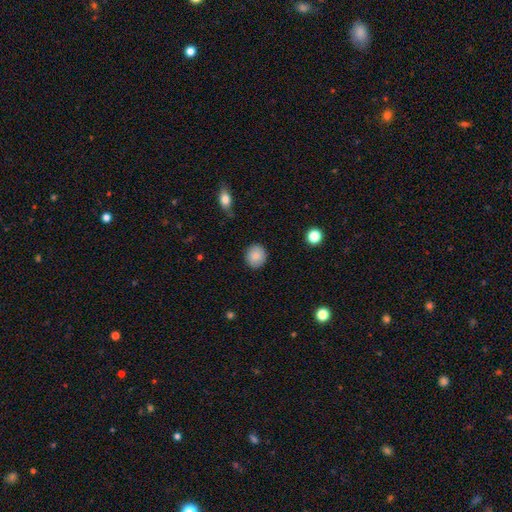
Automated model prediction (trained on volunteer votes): A smooth galaxy with no disk features (88%) that is round (86%).

Vote fractions:
- Smooth or featured? smooth: 88% / star or artifact: 8% / featured or disk: 4%
- How rounded? round: 86% / in between: 13% / cigar-shaped: 1%
- Merging? none: 89% / minor disturbance: 8% / major disturbance: 2% / merger: 1%